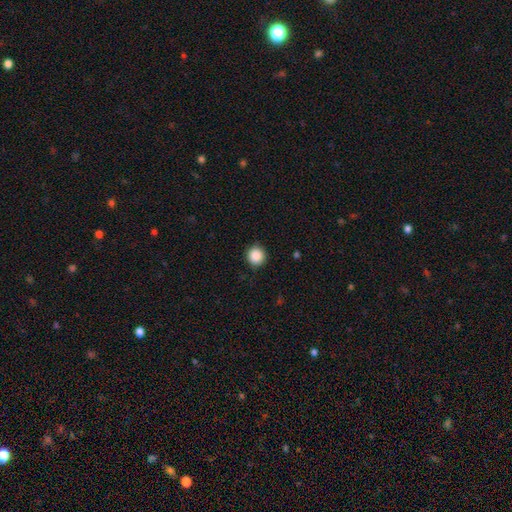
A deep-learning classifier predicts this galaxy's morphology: Smooth or featured?
  - smooth: 88% *
  - star or artifact: 9%
  - featured or disk: 3%
How rounded?
  - round: 93% *
  - in between: 6%
  - cigar-shaped: 1%
Merging?
  - none: 90% *
  - minor disturbance: 7%
  - major disturbance: 2%
  - merger: 1%